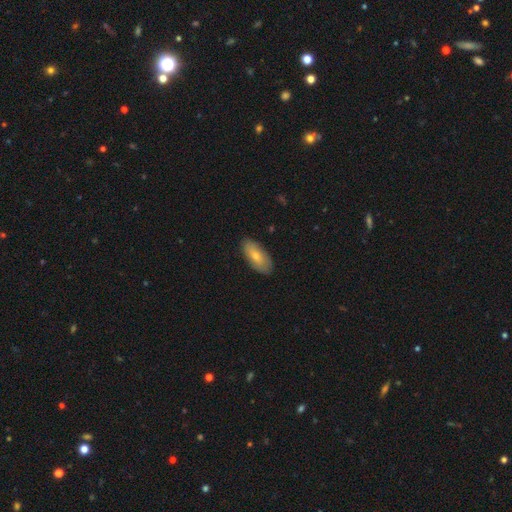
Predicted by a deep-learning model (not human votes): Smooth or featured? Predicted: smooth (p=0.64). How rounded? Predicted: in between (p=0.85). Merging? Predicted: none (p=0.87).